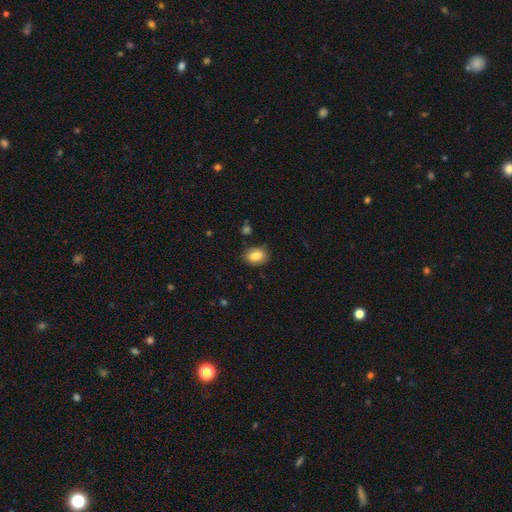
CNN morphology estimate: smooth 84%, star or artifact 8%, featured or disk 8%. Down the decision tree: how rounded — in between (73%); merging — none (83%).